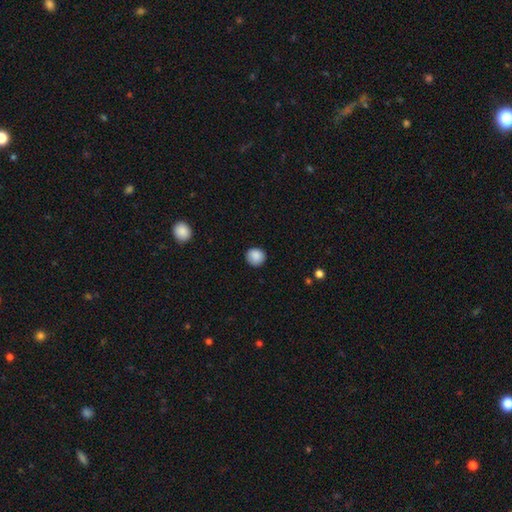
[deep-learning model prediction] smooth 88%, star or artifact 8%, featured or disk 4%. Down the decision tree: how rounded — round (90%); merging — none (89%).